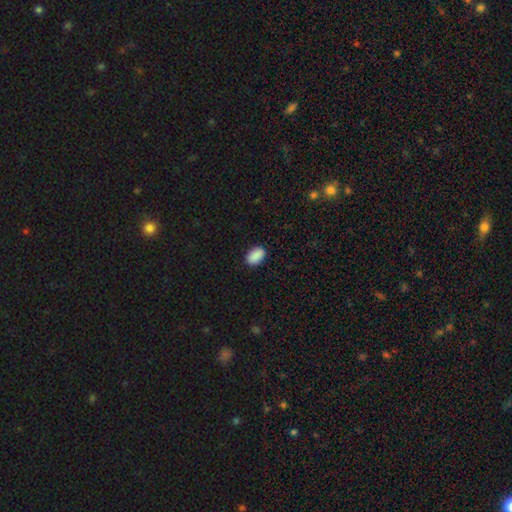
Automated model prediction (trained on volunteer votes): Overall: smooth (90%). How rounded: in between (92%). Merging: none (89%).